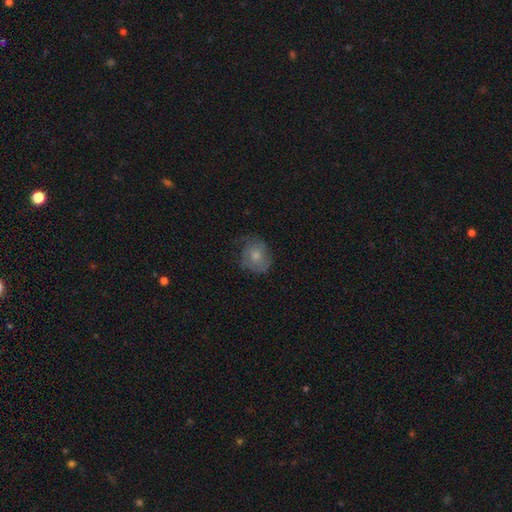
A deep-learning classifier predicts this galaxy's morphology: type=smooth (58%); roundness=round (71%); merging=none (54%).